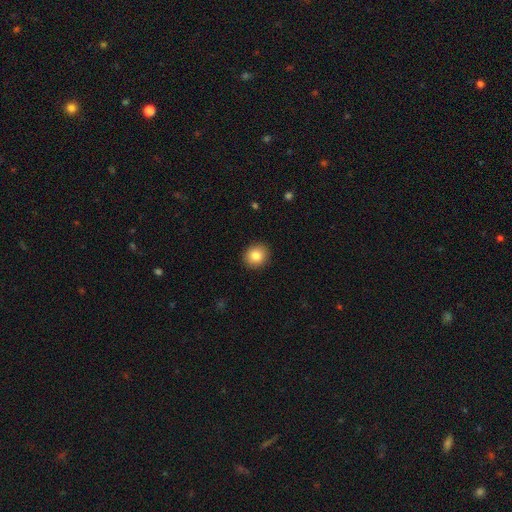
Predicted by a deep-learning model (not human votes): Smooth or featured?
  - smooth: 84% *
  - star or artifact: 9%
  - featured or disk: 7%
How rounded?
  - round: 83% *
  - in between: 16%
  - cigar-shaped: 1%
Merging?
  - none: 91% *
  - minor disturbance: 6%
  - major disturbance: 2%
  - merger: 1%